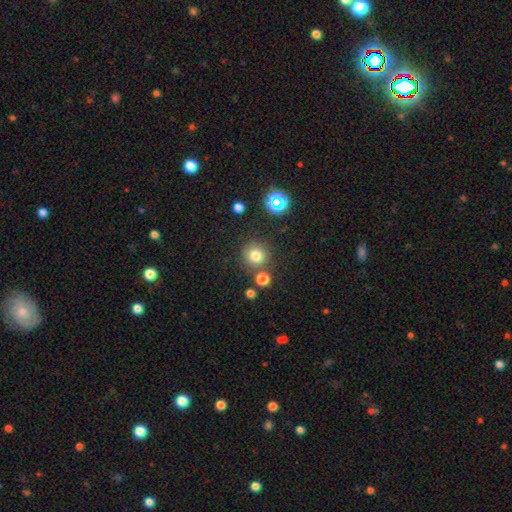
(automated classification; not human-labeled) Q: Smooth or featured?
A: smooth (77%); runner-up: star or artifact (16%)
Q: How rounded?
A: round (94%); runner-up: in between (5%)
Q: Merging?
A: none (82%); runner-up: minor disturbance (8%)